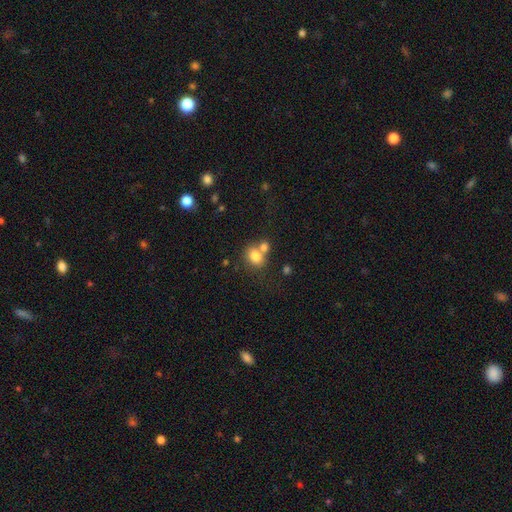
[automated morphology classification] Overall: smooth (79%). How rounded: round (62%; in between 37%). Merging: none (45%; merger 42%).